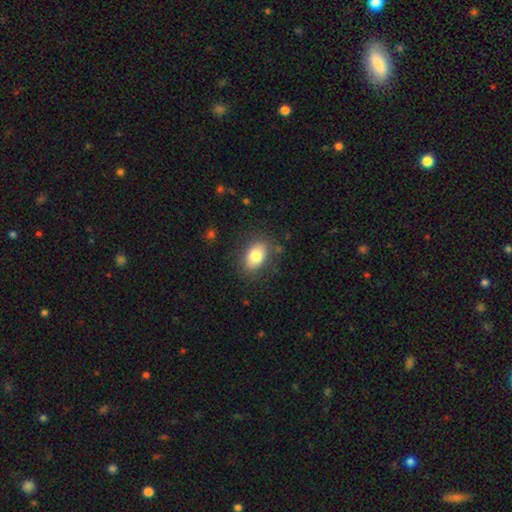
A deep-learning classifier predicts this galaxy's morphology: Overall: smooth (81%). How rounded: in between (83%). Merging: none (81%).